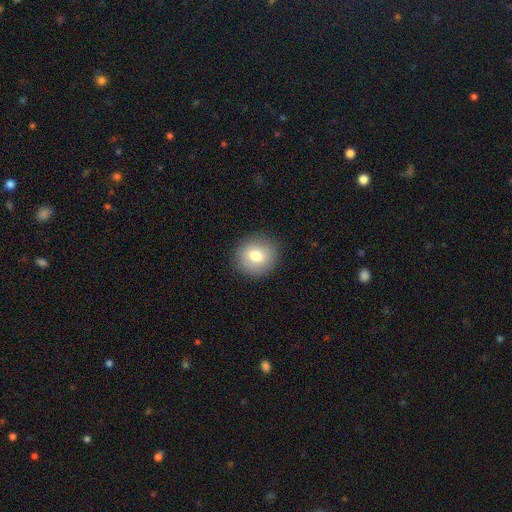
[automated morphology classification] The model was most divided on "smooth or featured": smooth: 77%, featured or disk: 13%, star or artifact: 10%. More confident: merging — none (90%); how rounded — round (88%).